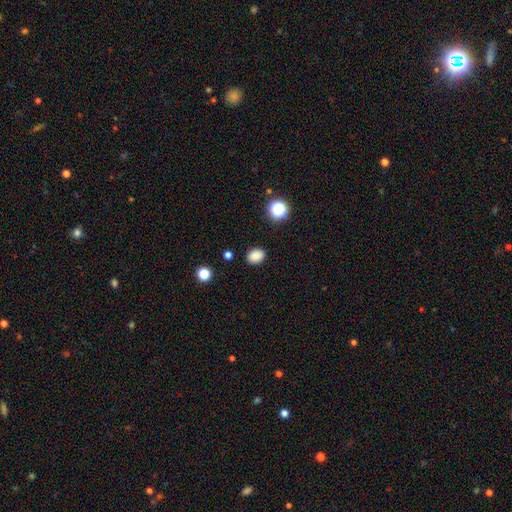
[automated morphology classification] This appears to be a smooth galaxy with no disk features (85%) that is in between round and cigar-shaped (63%). Merging: none (87%).